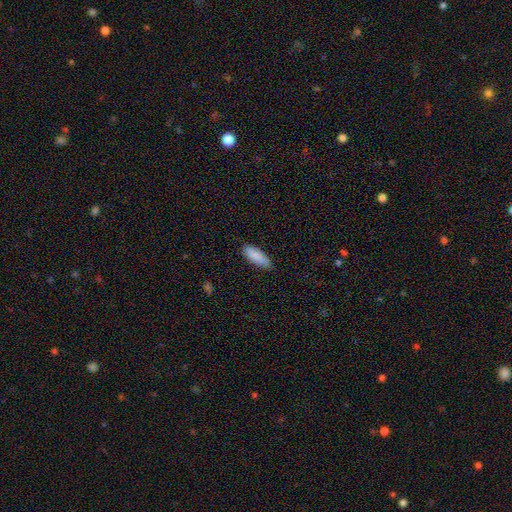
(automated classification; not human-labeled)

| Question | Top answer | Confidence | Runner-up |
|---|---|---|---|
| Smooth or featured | smooth | 88% | star or artifact (6%) |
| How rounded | in between | 69% | cigar-shaped (30%) |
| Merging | none | 80% | minor disturbance (17%) |